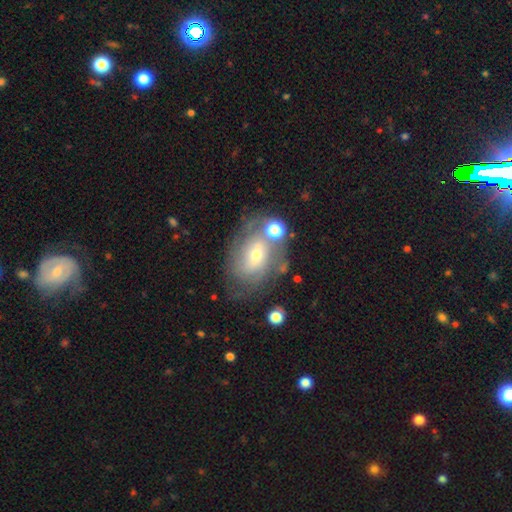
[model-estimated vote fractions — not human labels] Smooth or featured: featured or disk — 66% (smooth — 25%)
Edge-on disk: no — 95% (yes — 5%)
Bar: no — 60% (weak — 32%)
Spiral arms: yes — 77% (no — 23%)
Bulge size: small — 56% (moderate — 38%)
Merging: none — 54% (minor disturbance — 21%)